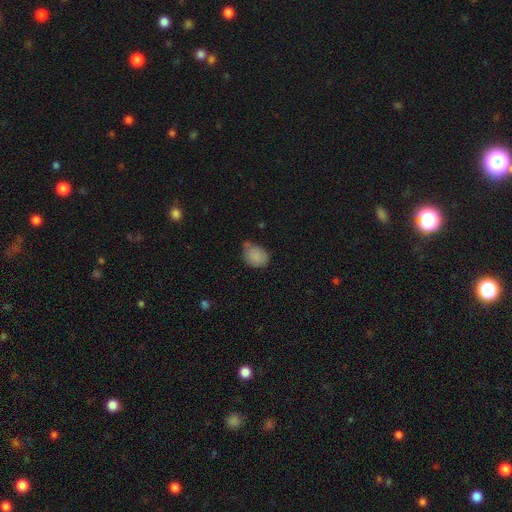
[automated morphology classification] type=smooth (85%); roundness=in between (52%); merging=none (49%).